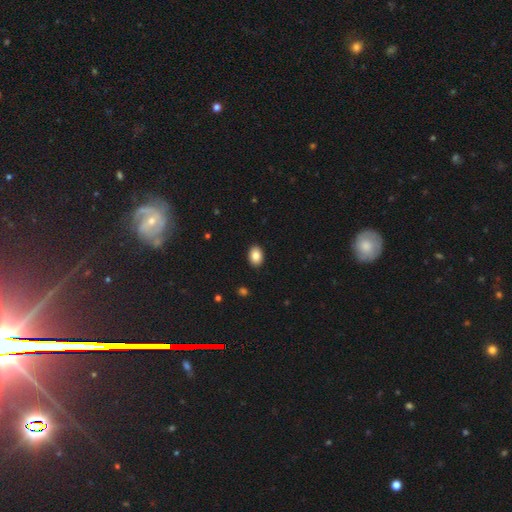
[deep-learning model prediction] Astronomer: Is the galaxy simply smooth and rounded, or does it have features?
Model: smooth — 85%.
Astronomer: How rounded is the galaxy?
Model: in between — 82%.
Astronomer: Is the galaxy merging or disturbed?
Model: none — 91%.